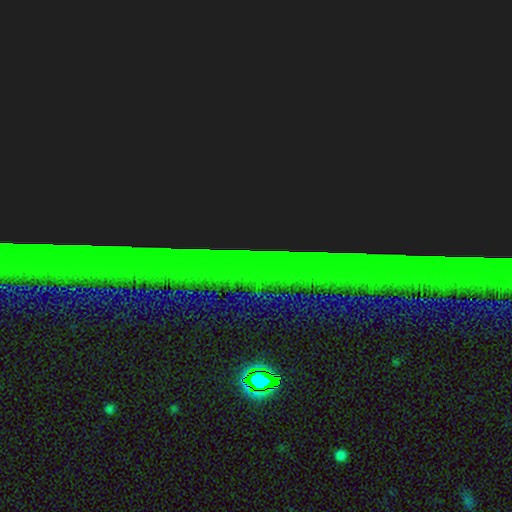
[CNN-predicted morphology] Overall: star or artifact (86%).